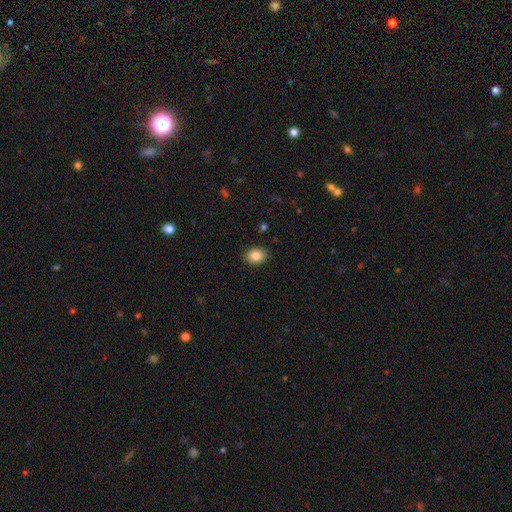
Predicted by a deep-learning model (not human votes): Overall: smooth (86%). How rounded: in between (63%; round 37%). Merging: none (88%).